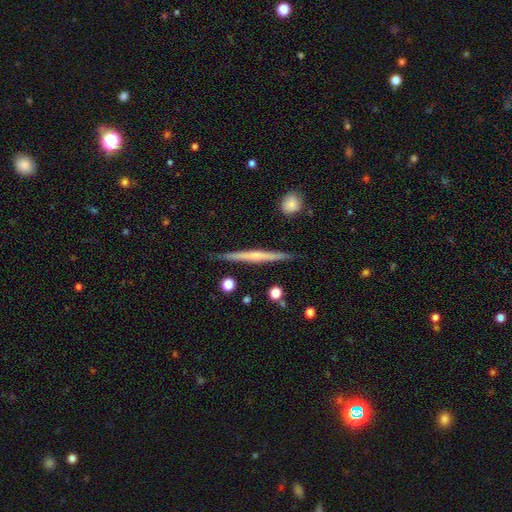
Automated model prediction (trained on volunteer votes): featured or disk 67%, smooth 27%, star or artifact 6%. Down the decision tree: edge-on disk — yes (98%); edge-on bulge — rounded (49%); merging — none (89%).